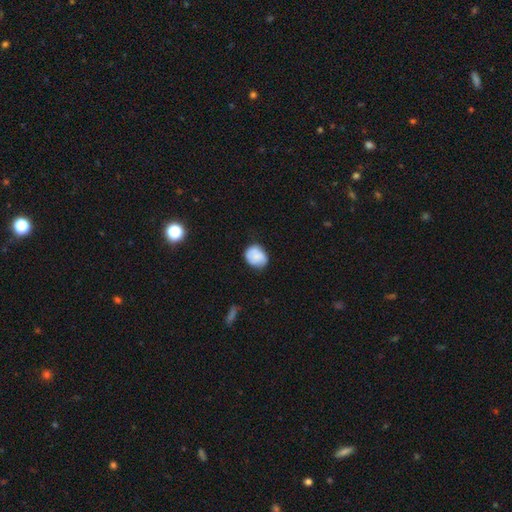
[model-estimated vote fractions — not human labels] smooth-or-featured: smooth: 76% | featured or disk: 15% | star or artifact: 8%
  how-rounded: round: 52% | in between: 47% | cigar-shaped: 1%
  merging: none: 62% | minor disturbance: 30% | major disturbance: 6% | merger: 2%